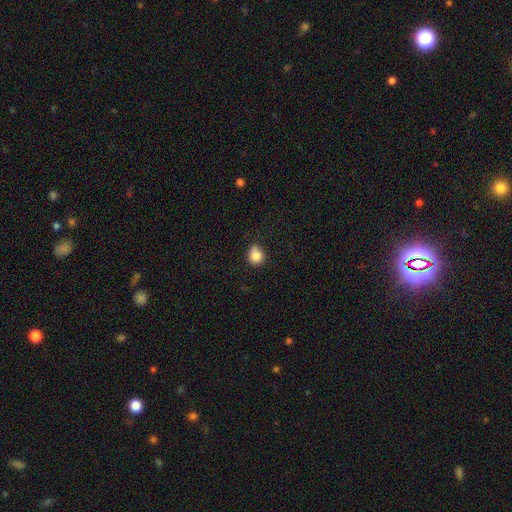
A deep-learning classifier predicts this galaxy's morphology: Smooth or featured? smooth (85%)
How rounded? round (77%)
Merging? none (70%)